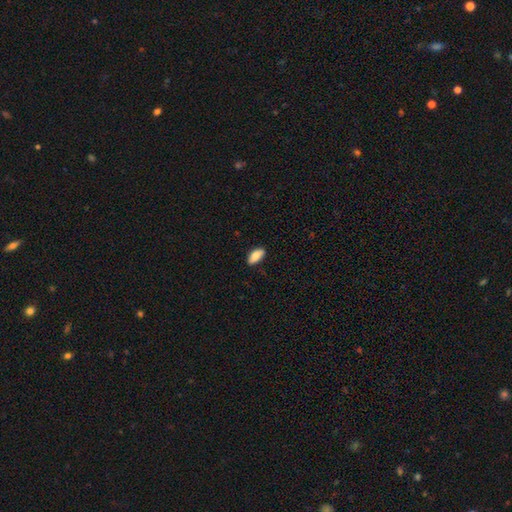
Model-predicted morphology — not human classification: Overall: smooth (85%). How rounded: in between (90%). Merging: none (84%).